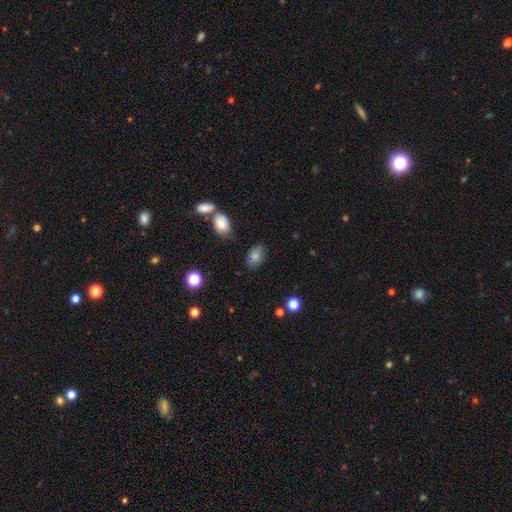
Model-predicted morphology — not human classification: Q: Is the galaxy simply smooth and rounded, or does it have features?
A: smooth — 69%.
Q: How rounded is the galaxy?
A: in between — 84%.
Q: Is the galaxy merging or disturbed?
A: none — 70%.